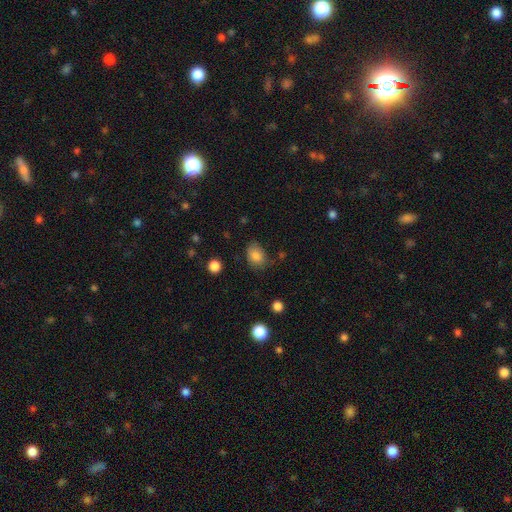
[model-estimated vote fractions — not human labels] Morphology: type=smooth (83%); roundness=in between (68%); merging=none (65%).